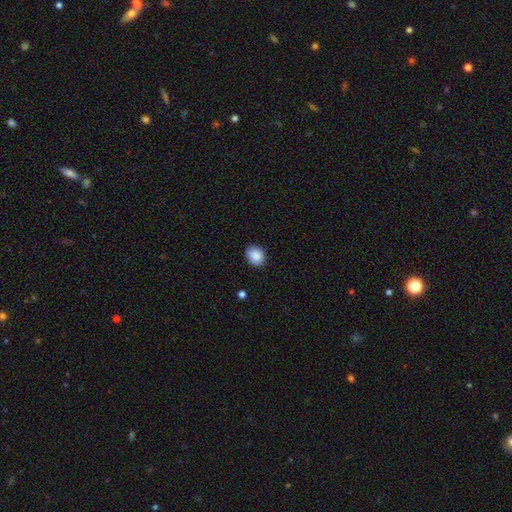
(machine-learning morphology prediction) Smooth or featured?
  - smooth: 88% *
  - star or artifact: 8%
  - featured or disk: 3%
How rounded?
  - round: 60% *
  - in between: 39%
  - cigar-shaped: 1%
Merging?
  - none: 84% *
  - minor disturbance: 12%
  - major disturbance: 2%
  - merger: 1%